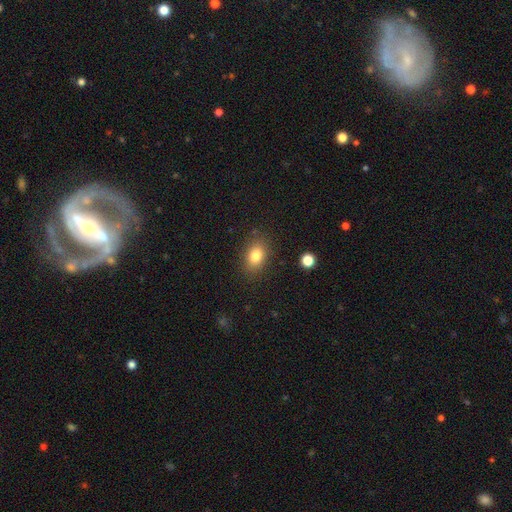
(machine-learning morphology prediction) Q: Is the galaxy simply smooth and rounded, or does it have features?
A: smooth — 82%.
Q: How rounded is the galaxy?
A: in between — 79%.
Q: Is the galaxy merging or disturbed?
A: none — 84%.